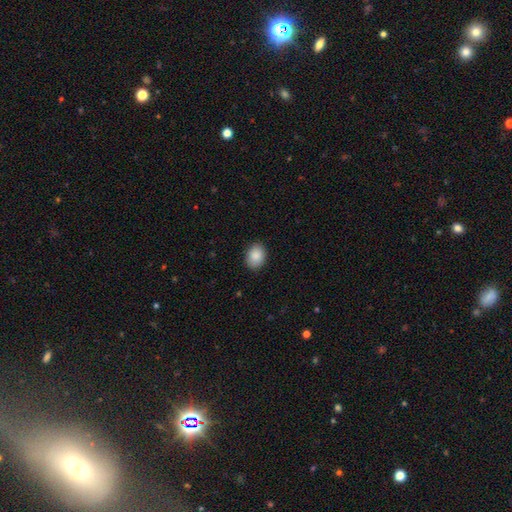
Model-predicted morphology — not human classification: smooth 89%, star or artifact 7%, featured or disk 4%. Down the decision tree: how rounded — in between (64%); merging — none (89%).